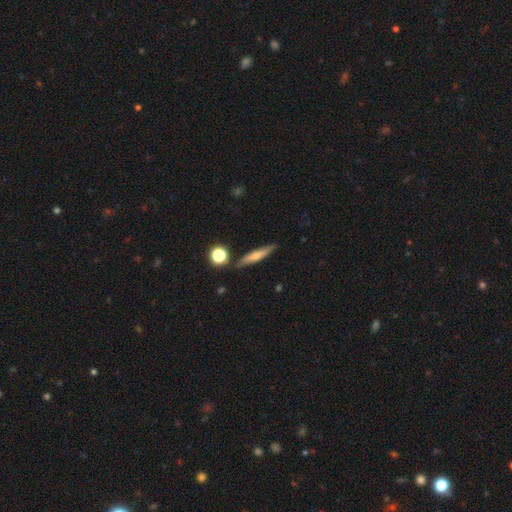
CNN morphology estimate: smooth 55%, featured or disk 37%, star or artifact 8%. Down the decision tree: how rounded — cigar-shaped (85%); merging — none (83%).